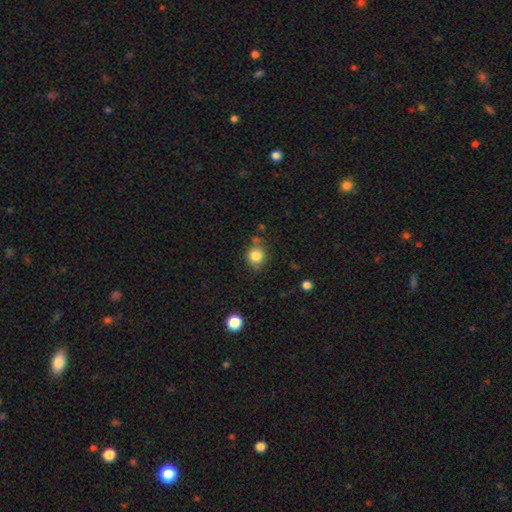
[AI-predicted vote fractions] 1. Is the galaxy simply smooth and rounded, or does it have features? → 83% smooth, 11% star or artifact, 6% featured or disk.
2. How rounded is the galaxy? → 87% round, 12% in between, 1% cigar-shaped.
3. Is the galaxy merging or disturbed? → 75% none, 14% minor disturbance, 7% merger, 4% major disturbance.